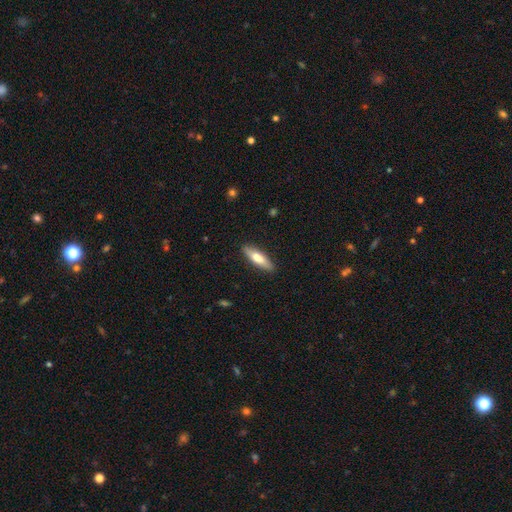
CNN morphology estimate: This is likely a smooth galaxy (69%). How rounded: likely cigar-shaped (61%). Merging: clearly none (89%).